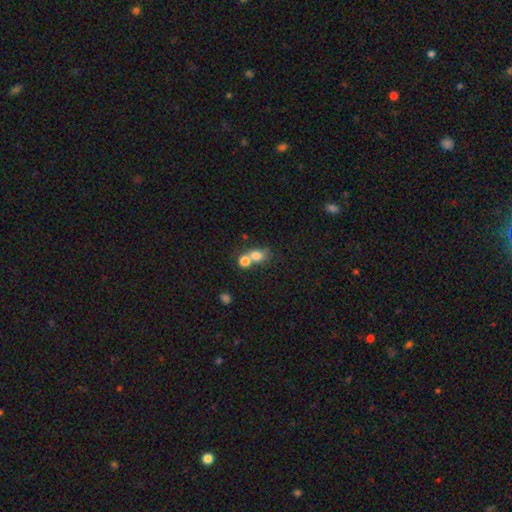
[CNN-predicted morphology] This appears to be a smooth galaxy with no disk features (76%) that is round (65%). Merging: merger (57%).